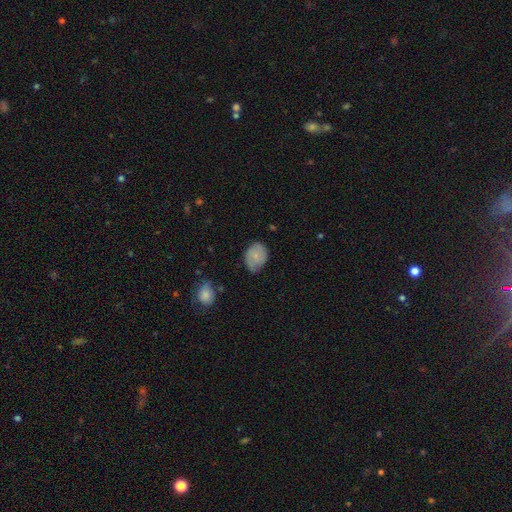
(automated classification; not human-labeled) This appears to be a smooth galaxy with no disk features (61%) that is in between round and cigar-shaped (62%). Merging: none (53%).